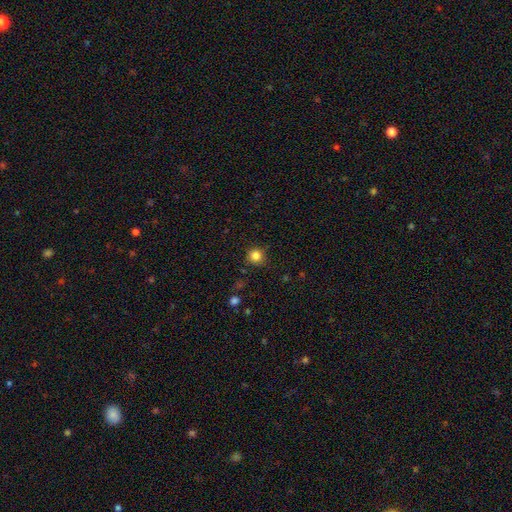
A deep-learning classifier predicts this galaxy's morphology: smooth 84%, star or artifact 12%, featured or disk 5%. Down the decision tree: how rounded — round (91%); merging — none (84%).